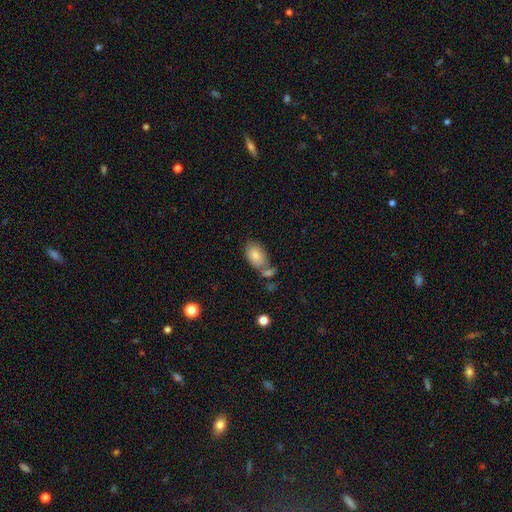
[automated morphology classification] type=smooth (84%); roundness=in between (90%); merging=none (53%).